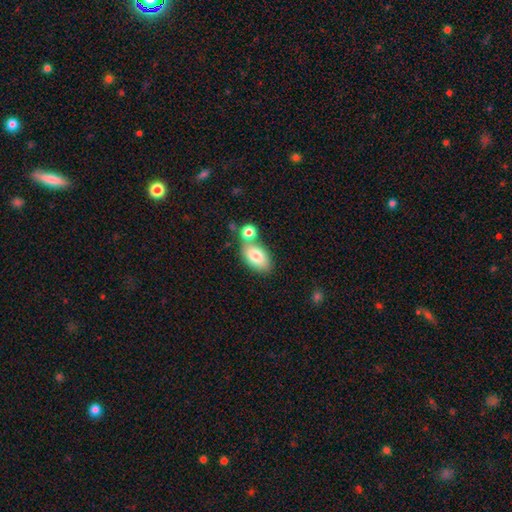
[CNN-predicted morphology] The model was most divided on "merging": none: 51%, merger: 33%, minor disturbance: 12%, major disturbance: 4%. More confident: how rounded — in between (91%); smooth or featured — smooth (80%).